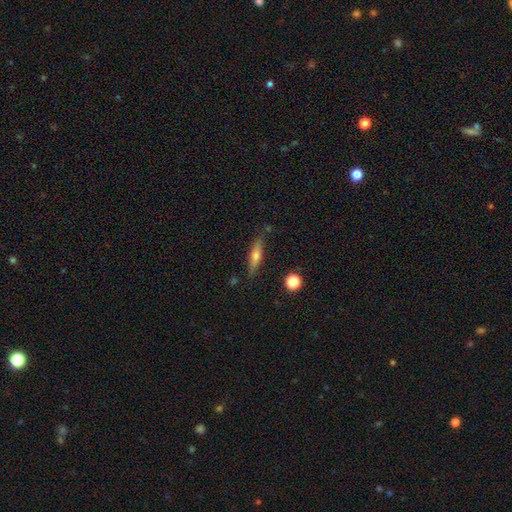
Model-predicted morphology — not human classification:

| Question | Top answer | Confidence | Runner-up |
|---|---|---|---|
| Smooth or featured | smooth | 47% | featured or disk (45%) |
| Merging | none | 81% | minor disturbance (13%) |